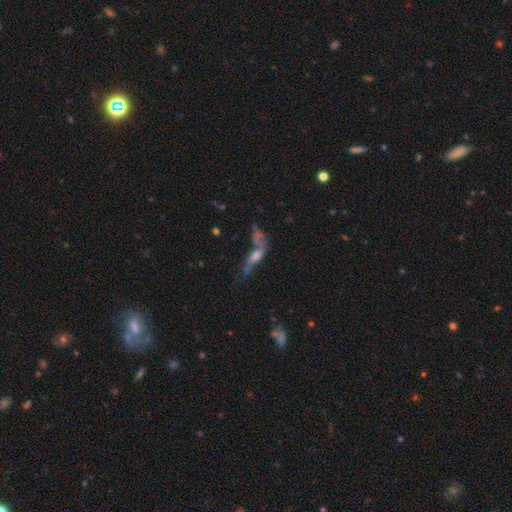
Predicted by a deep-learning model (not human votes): A featured or disk galaxy (48%). Merging: merger (32%).